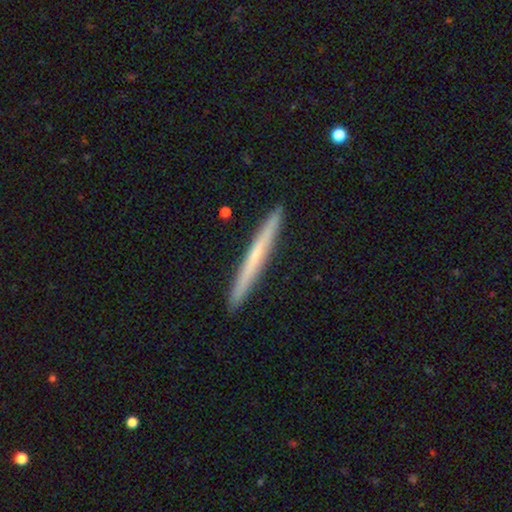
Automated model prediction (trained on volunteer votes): Smooth or featured? Predicted: featured or disk (p=0.52). Edge-on disk? Predicted: yes (p=0.97). Edge-on bulge? Predicted: none (p=0.68). Merging? Predicted: none (p=0.93).